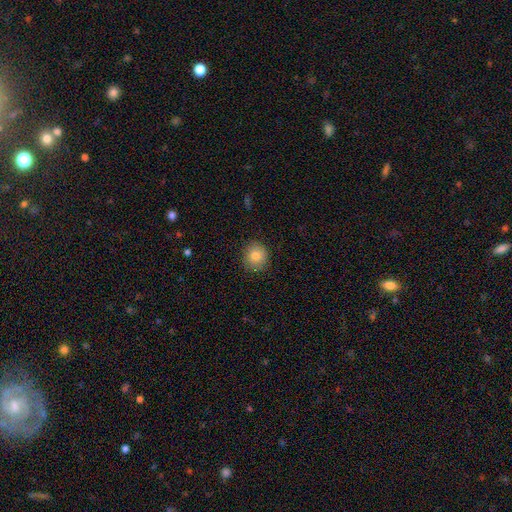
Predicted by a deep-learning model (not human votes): A smooth galaxy with no disk features (82%) that is round (87%). Merging: none (86%).